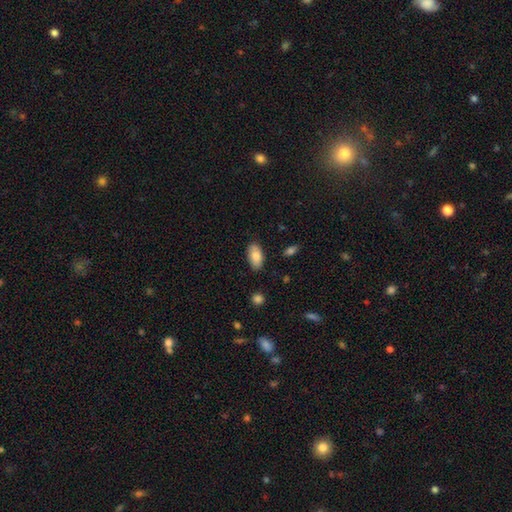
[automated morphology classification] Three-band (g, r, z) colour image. It shows a smooth galaxy with no disk features (81%) that is in between round and cigar-shaped (94%). Merging: none (85%).